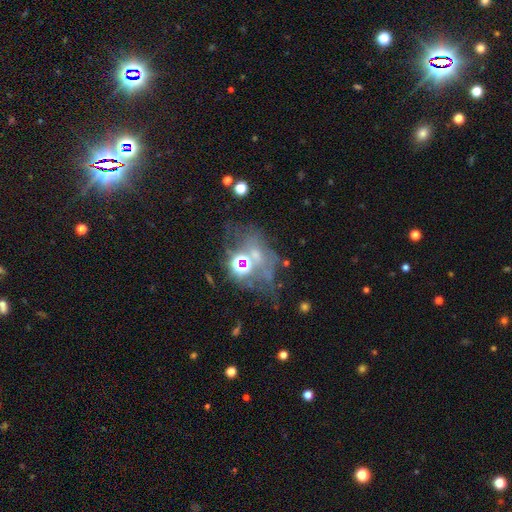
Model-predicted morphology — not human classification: Overall: star or artifact (43%; featured or disk 30%).